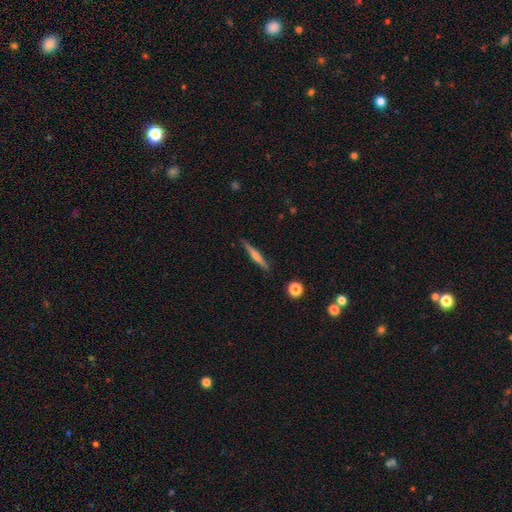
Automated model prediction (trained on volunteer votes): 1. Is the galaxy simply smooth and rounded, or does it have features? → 60% featured or disk, 33% smooth, 7% star or artifact.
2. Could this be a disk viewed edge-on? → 97% yes, 3% no.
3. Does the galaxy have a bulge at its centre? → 71% rounded, 20% none, 9% boxy.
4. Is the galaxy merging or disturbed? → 89% none, 8% minor disturbance, 2% major disturbance, 1% merger.